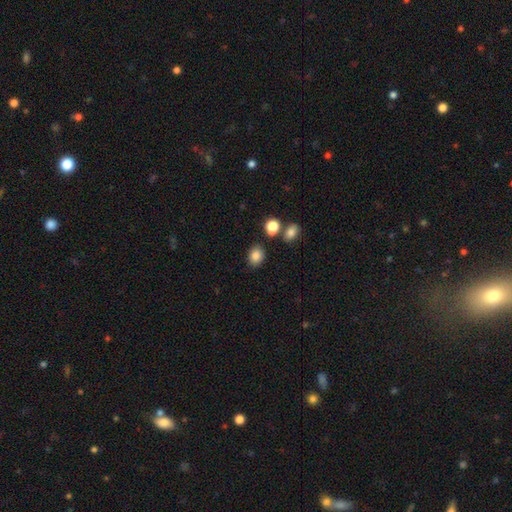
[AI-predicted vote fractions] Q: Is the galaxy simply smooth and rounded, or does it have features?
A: smooth — 84%.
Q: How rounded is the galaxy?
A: in between — 51%.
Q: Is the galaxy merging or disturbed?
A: none — 81%.